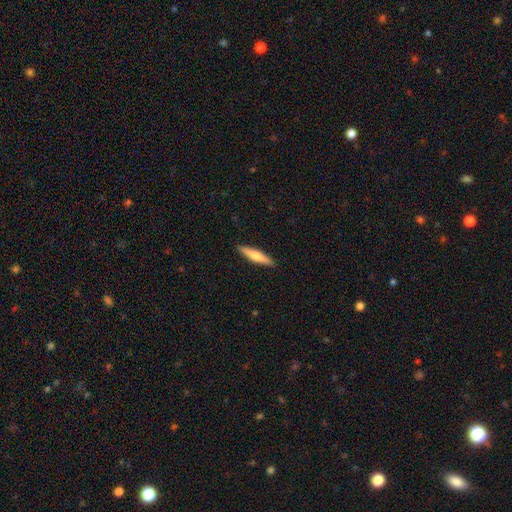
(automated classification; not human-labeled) A smooth galaxy with no disk features (55%) that is cigar-shaped (83%). Merging: none (91%).